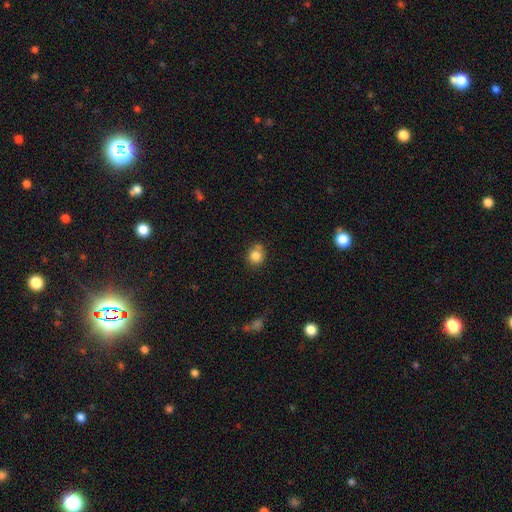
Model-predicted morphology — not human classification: Smooth or featured? smooth (83%)
How rounded? round (80%)
Merging? none (65%)